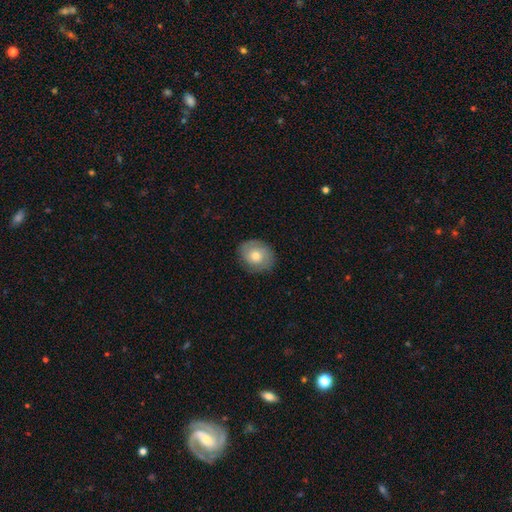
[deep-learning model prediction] This is likely a smooth galaxy (60%). How rounded: likely round (60%). Merging: clearly none (82%).